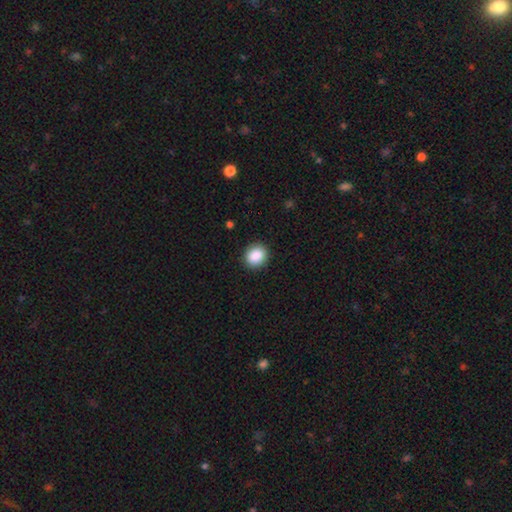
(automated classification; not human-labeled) Q: Smooth or featured?
A: smooth (89%); runner-up: star or artifact (8%)
Q: How rounded?
A: round (70%); runner-up: in between (29%)
Q: Merging?
A: none (90%); runner-up: minor disturbance (7%)